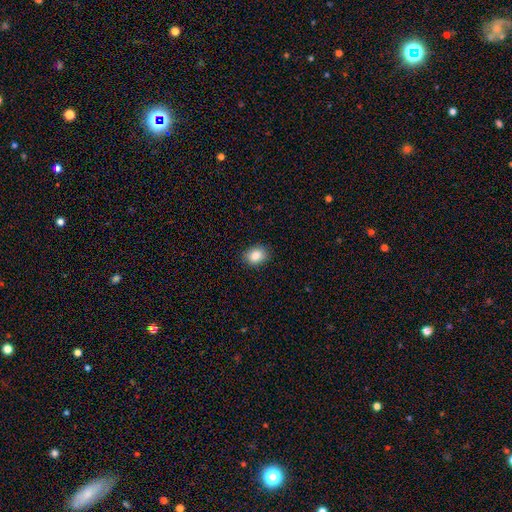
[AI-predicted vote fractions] Q: Smooth or featured?
A: smooth (87%); runner-up: star or artifact (9%)
Q: How rounded?
A: in between (58%); runner-up: round (41%)
Q: Merging?
A: none (88%); runner-up: minor disturbance (9%)